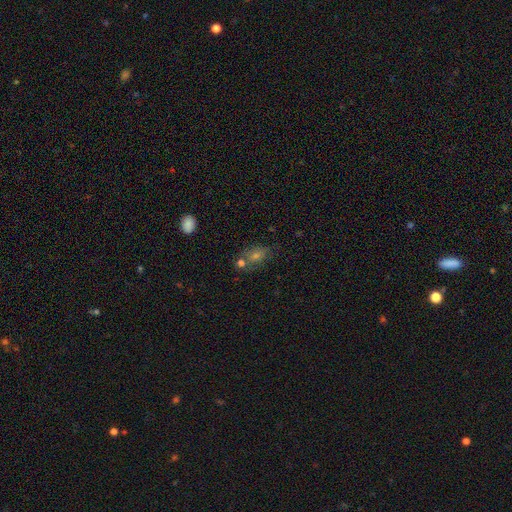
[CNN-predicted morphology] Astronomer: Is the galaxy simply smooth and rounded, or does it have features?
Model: smooth — 53%.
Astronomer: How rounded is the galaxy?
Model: in between — 66%.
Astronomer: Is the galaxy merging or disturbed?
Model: none — 62%.